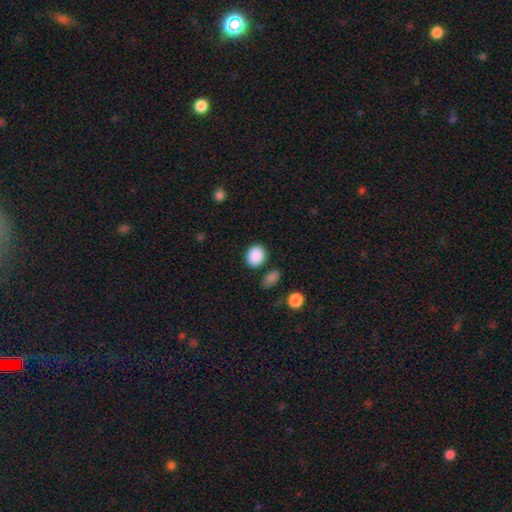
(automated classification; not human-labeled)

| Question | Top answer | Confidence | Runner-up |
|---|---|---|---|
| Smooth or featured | smooth | 89% | star or artifact (8%) |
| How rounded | round | 57% | in between (42%) |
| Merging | none | 82% | minor disturbance (10%) |